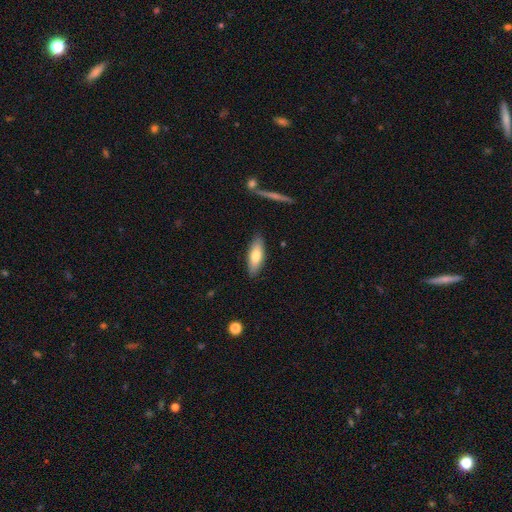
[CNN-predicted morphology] Smooth or featured? smooth (70%)
How rounded? in between (61%)
Merging? none (87%)